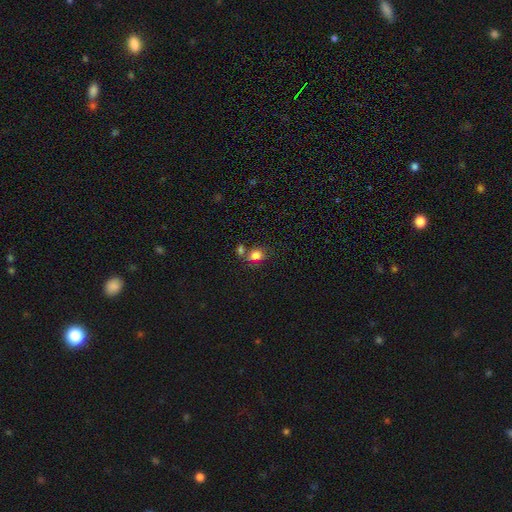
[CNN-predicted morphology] Q: Smooth or featured?
A: smooth (77%); runner-up: star or artifact (14%)
Q: How rounded?
A: in between (56%); runner-up: round (43%)
Q: Merging?
A: none (51%); runner-up: merger (28%)